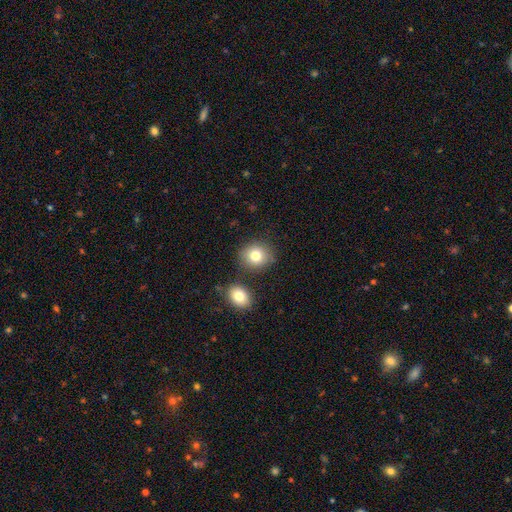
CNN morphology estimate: Smooth or featured? smooth (80%)
How rounded? round (79%)
Merging? none (77%)